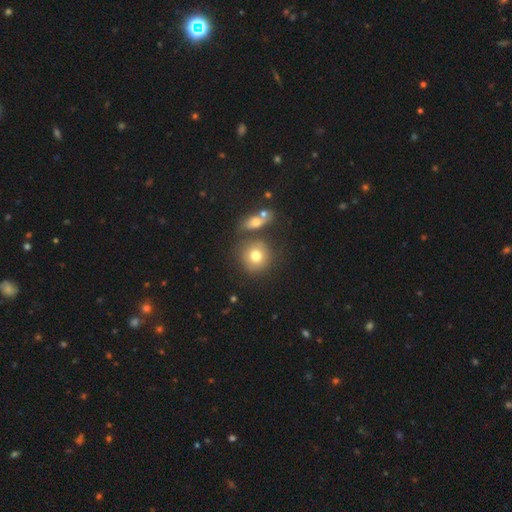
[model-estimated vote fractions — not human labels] Morphology: type=smooth (76%); roundness=round (89%); merging=none (69%).